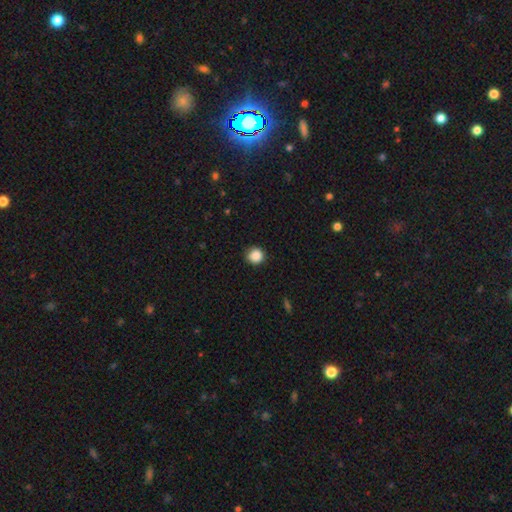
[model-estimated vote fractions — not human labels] The model was most divided on "merging": none: 87%, minor disturbance: 10%, major disturbance: 2%, merger: 1%. More confident: how rounded — round (91%); smooth or featured — smooth (88%).